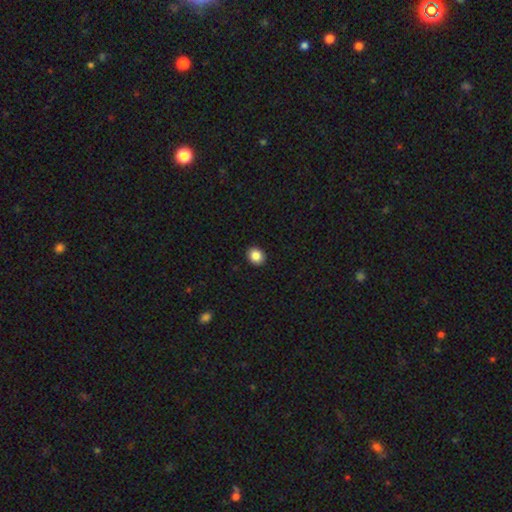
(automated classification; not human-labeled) A smooth galaxy with no disk features (86%) that is round (66%).

Vote fractions:
- Smooth or featured? smooth: 86% / star or artifact: 9% / featured or disk: 4%
- How rounded? round: 66% / in between: 33% / cigar-shaped: 1%
- Merging? none: 92% / minor disturbance: 5% / major disturbance: 1% / merger: 1%